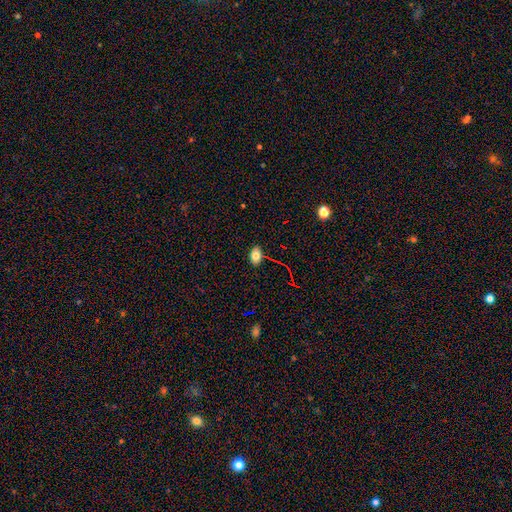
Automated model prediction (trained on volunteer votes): smooth_or_featured: smooth (p=0.78) [alt: star or artifact p=0.11]
how_rounded: in between (p=0.86) [alt: round p=0.12]
merging: none (p=0.83) [alt: minor disturbance p=0.12]